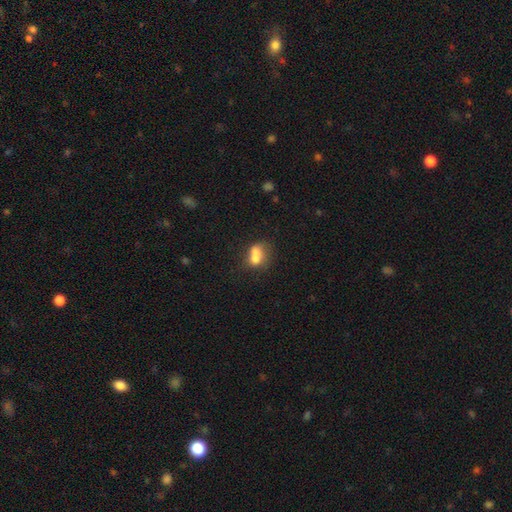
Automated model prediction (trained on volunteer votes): Smooth or featured?
  - smooth: 68% *
  - featured or disk: 21%
  - star or artifact: 11%
How rounded?
  - in between: 59% *
  - round: 38%
  - cigar-shaped: 3%
Merging?
  - merger: 56% *
  - none: 25%
  - minor disturbance: 12%
  - major disturbance: 7%